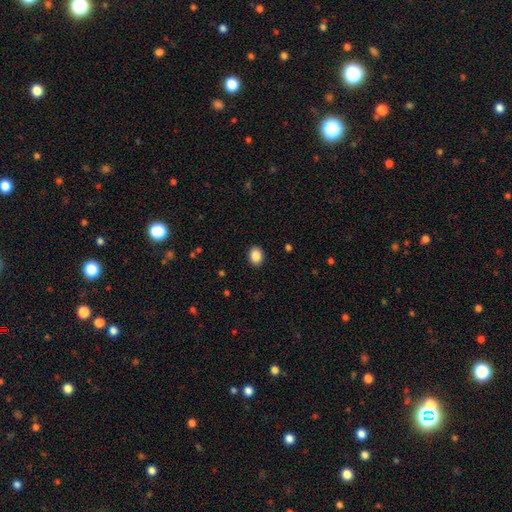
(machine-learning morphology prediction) smooth 87%, star or artifact 8%, featured or disk 4%. Down the decision tree: how rounded — in between (61%); merging — none (90%).